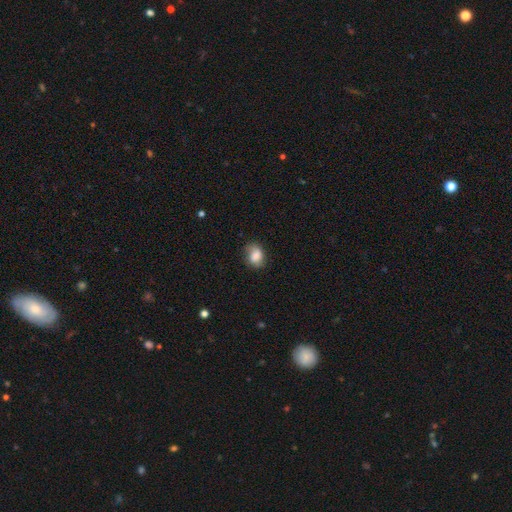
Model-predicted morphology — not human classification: Smooth or featured?
  - smooth: 81% *
  - featured or disk: 11%
  - star or artifact: 8%
How rounded?
  - in between: 66% *
  - round: 33%
  - cigar-shaped: 1%
Merging?
  - none: 69% *
  - minor disturbance: 23%
  - major disturbance: 6%
  - merger: 1%